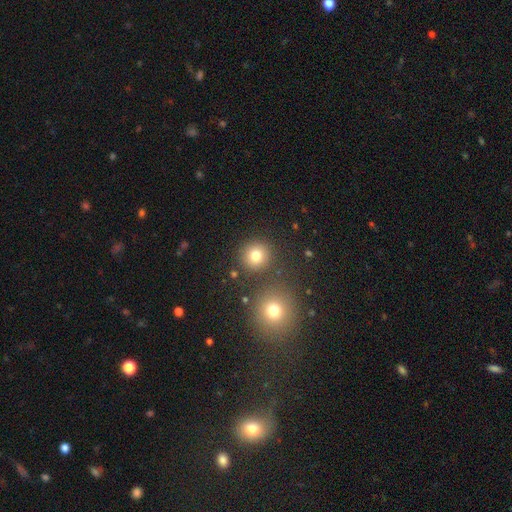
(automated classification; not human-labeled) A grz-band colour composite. It shows a smooth galaxy with no disk features (78%) that is round (91%). Merging: none (83%).